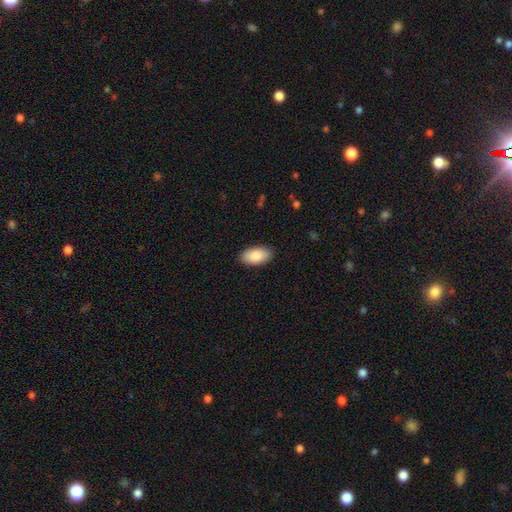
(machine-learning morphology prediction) Smooth or featured? smooth (89%)
How rounded? in between (95%)
Merging? none (88%)